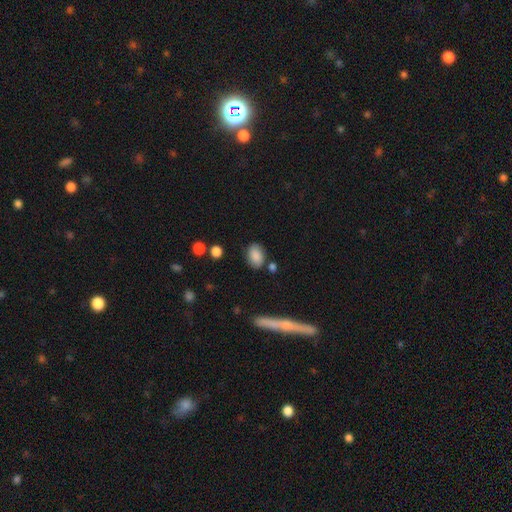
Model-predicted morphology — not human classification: A smooth galaxy with no disk features (85%) that is in between round and cigar-shaped (83%).

Vote fractions:
- Smooth or featured? smooth: 85% / star or artifact: 8% / featured or disk: 7%
- How rounded? in between: 83% / round: 15% / cigar-shaped: 2%
- Merging? none: 77% / minor disturbance: 15% / merger: 5% / major disturbance: 4%